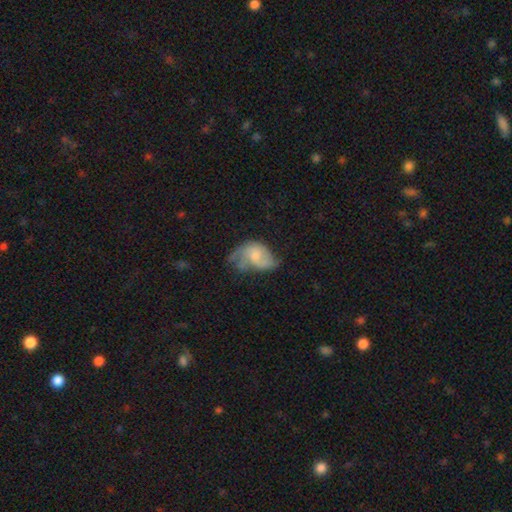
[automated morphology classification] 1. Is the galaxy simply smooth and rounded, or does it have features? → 57% featured or disk, 36% smooth, 8% star or artifact.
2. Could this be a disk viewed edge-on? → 97% no, 3% yes.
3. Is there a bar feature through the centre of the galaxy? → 63% no, 32% weak, 5% strong.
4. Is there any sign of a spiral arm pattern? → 77% yes, 23% no.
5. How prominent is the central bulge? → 39% moderate, 33% small, 18% none, 8% large, 2% dominant.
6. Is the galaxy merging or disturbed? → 33% minor disturbance (tied), 33% major disturbance (tied), 30% none, 4% merger.